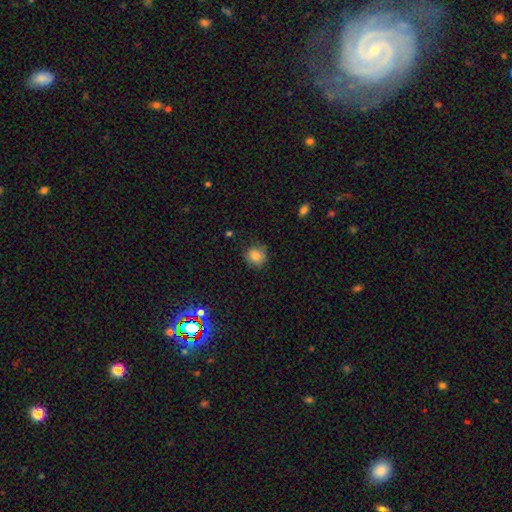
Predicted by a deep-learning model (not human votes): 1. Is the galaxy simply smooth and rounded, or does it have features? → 81% smooth, 11% star or artifact, 8% featured or disk.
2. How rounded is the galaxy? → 83% round, 16% in between, 1% cigar-shaped.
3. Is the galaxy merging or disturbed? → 78% none, 17% minor disturbance, 3% major disturbance, 1% merger.